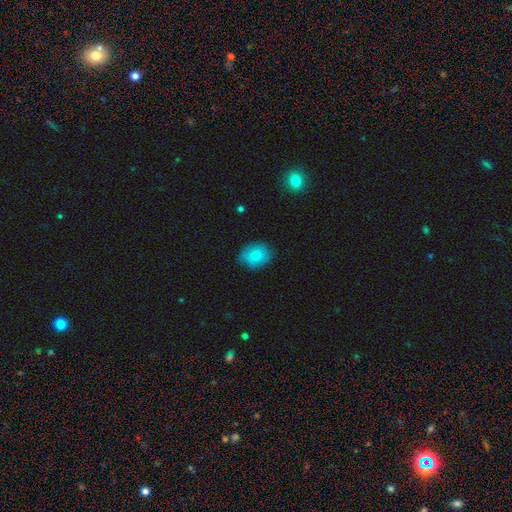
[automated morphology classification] smooth_or_featured: smooth (p=0.83) [alt: featured or disk p=0.09]
how_rounded: round (p=0.56) [alt: in between p=0.43]
merging: none (p=0.80) [alt: minor disturbance p=0.16]